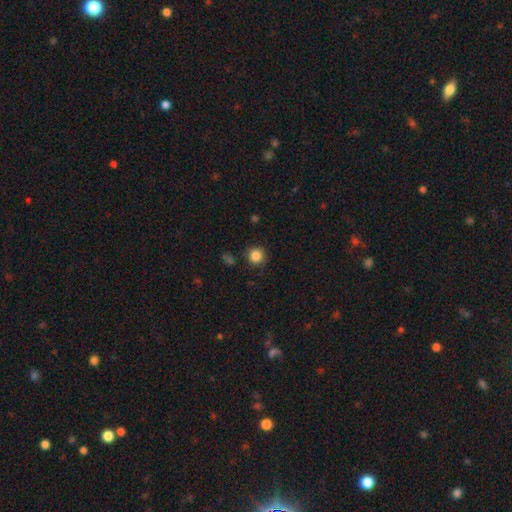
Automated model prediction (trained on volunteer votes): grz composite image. It shows a smooth galaxy with no disk features (86%) that is round (94%). Merging: none (87%).